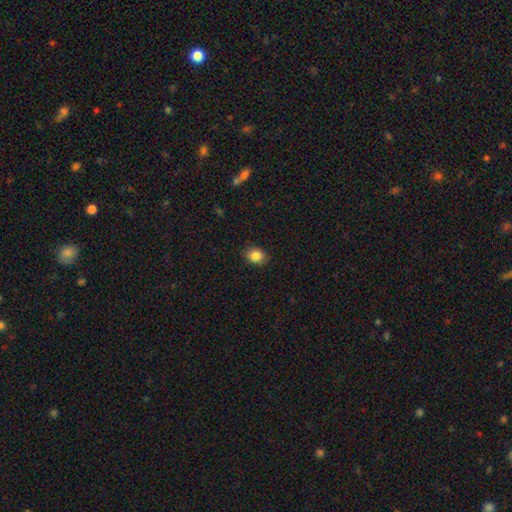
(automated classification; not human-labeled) smooth-or-featured: smooth: 85% | star or artifact: 10% | featured or disk: 5%
  how-rounded: in between: 53% | round: 46% | cigar-shaped: 1%
  merging: none: 88% | minor disturbance: 9% | major disturbance: 2% | merger: 1%